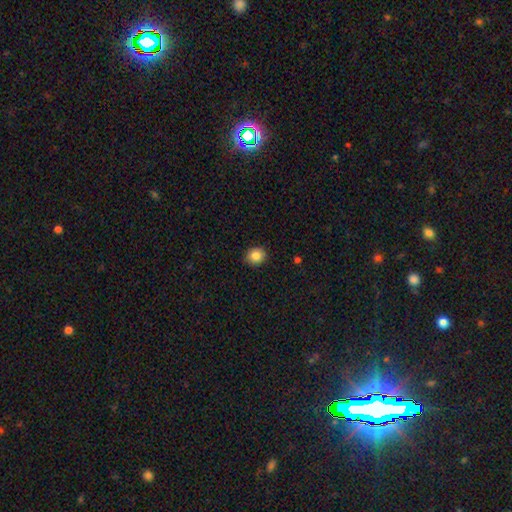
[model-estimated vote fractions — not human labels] smooth_or_featured: smooth (p=0.86) [alt: star or artifact p=0.09]
how_rounded: round (p=0.66) [alt: in between p=0.33]
merging: none (p=0.90) [alt: minor disturbance p=0.07]